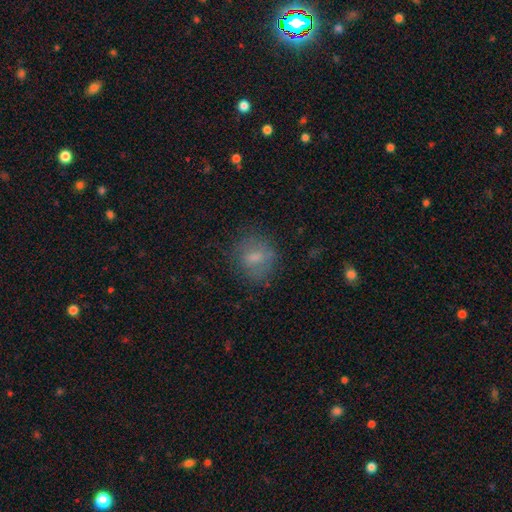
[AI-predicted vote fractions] Smooth or featured?
  - smooth: 67% *
  - featured or disk: 21%
  - star or artifact: 12%
How rounded?
  - round: 65% *
  - in between: 33%
  - cigar-shaped: 2%
Merging?
  - none: 76% *
  - minor disturbance: 16%
  - major disturbance: 7%
  - merger: 2%